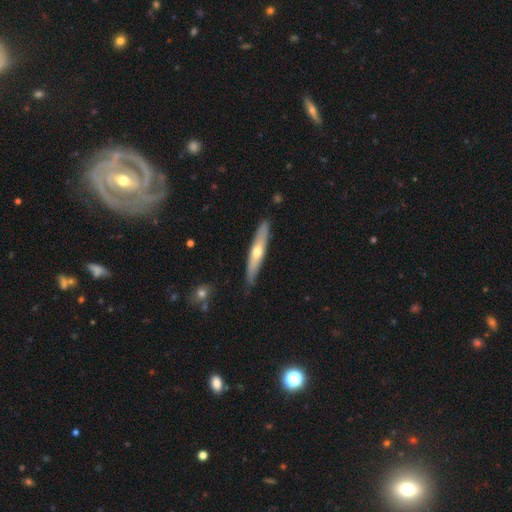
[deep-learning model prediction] The model was most divided on "smooth or featured": featured or disk: 60%, smooth: 34%, star or artifact: 6%. More confident: edge-on disk — yes (86%); merging — none (86%); edge-on bulge — rounded (83%).